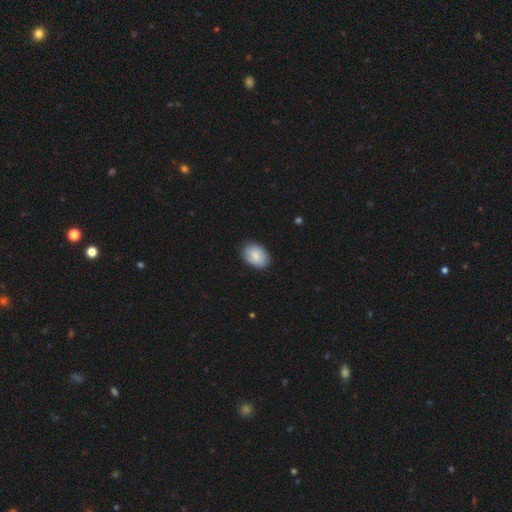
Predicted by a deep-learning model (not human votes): Smooth or featured? smooth (84%)
How rounded? in between (79%)
Merging? none (84%)